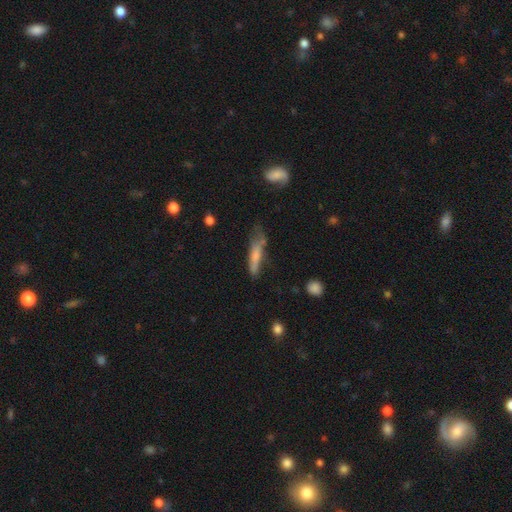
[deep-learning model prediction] This is likely a smooth galaxy (64%). How rounded: likely cigar-shaped (79%). Merging: marginally none (41%).